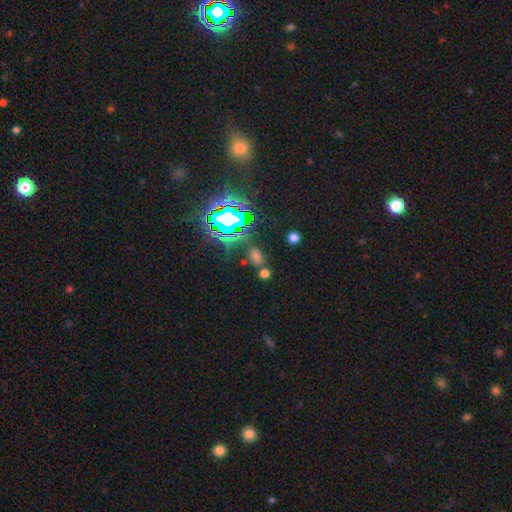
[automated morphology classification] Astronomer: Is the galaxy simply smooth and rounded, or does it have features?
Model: star or artifact — 50% (runner-up: smooth, 41%).